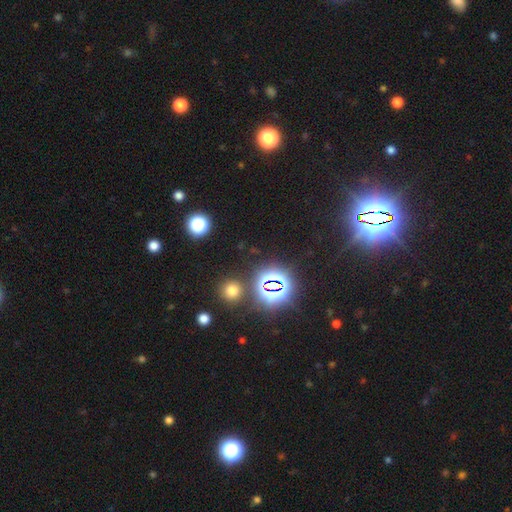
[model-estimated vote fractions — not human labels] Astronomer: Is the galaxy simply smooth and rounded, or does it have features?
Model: star or artifact — 78%.